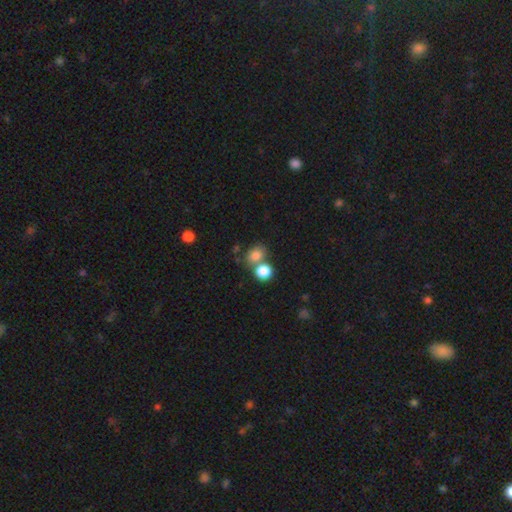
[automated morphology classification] smooth_or_featured: smooth (p=0.81) [alt: star or artifact p=0.11]
how_rounded: round (p=0.56) [alt: in between p=0.43]
merging: none (p=0.46) [alt: merger p=0.41]